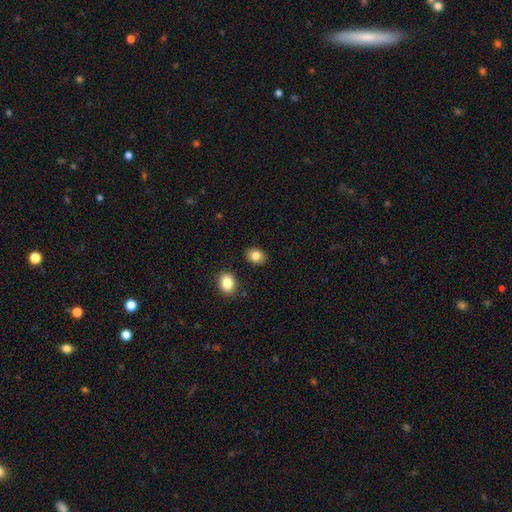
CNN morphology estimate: This is clearly a smooth galaxy (84%). How rounded: possibly in between (54%). Merging: clearly none (87%).